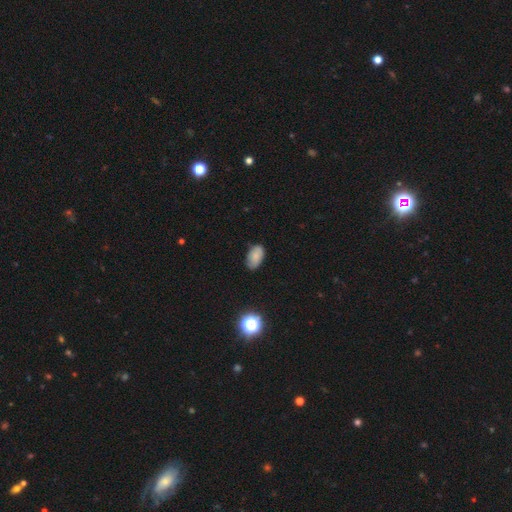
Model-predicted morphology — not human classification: Smooth or featured? Predicted: smooth (p=0.80). How rounded? Predicted: in between (p=0.92). Merging? Predicted: none (p=0.76).